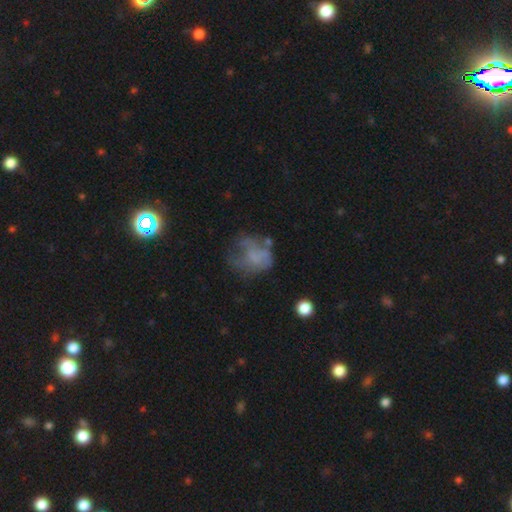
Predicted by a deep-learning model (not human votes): smooth-or-featured: smooth: 46% | featured or disk: 40% | star or artifact: 14%
  merging: major disturbance: 38% | none: 32% | minor disturbance: 24% | merger: 7%